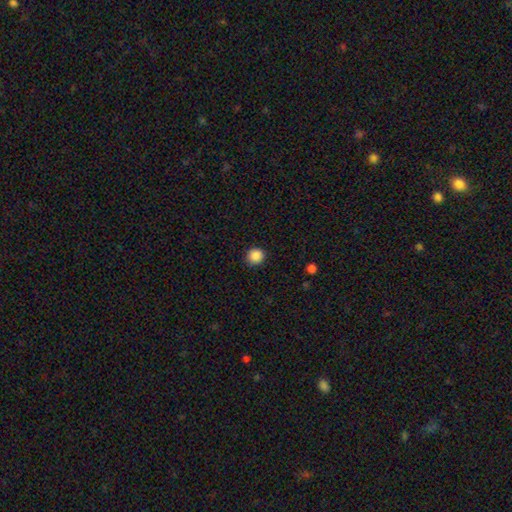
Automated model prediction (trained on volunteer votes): A smooth galaxy with no disk features (87%) that is round (91%). Merging: none (91%).